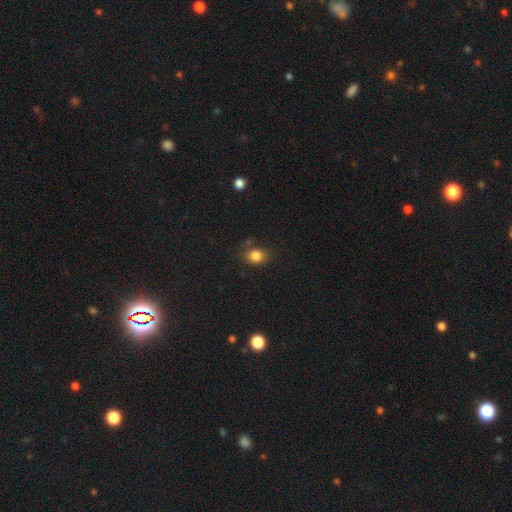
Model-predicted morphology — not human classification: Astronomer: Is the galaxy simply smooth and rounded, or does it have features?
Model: smooth — 83%.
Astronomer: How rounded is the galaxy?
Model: in between — 50% (runner-up: round, 49%).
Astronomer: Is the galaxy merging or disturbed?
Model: none — 70%.